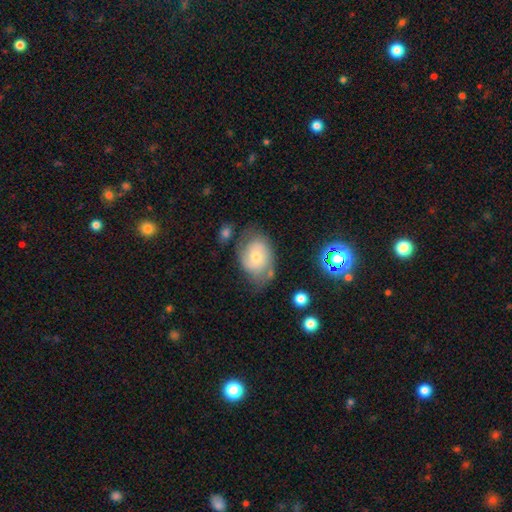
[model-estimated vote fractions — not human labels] Overall: featured or disk (48%; smooth 42%). Merging: none (54%; minor disturbance 29%).